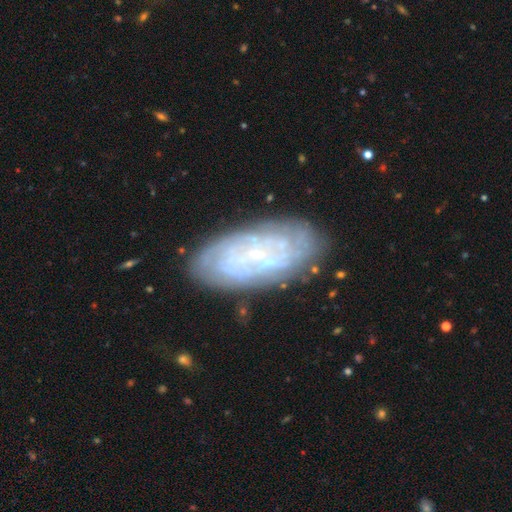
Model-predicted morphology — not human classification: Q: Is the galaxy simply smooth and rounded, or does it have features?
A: featured or disk — 75%.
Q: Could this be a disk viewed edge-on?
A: no — 93%.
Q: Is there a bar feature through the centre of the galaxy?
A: no — 66%.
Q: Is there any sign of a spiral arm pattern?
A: yes — 84%.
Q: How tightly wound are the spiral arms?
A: tight — 73%.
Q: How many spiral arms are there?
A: can't tell — 53%.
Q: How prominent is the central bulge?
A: small — 82%.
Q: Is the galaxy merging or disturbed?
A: none — 79%.